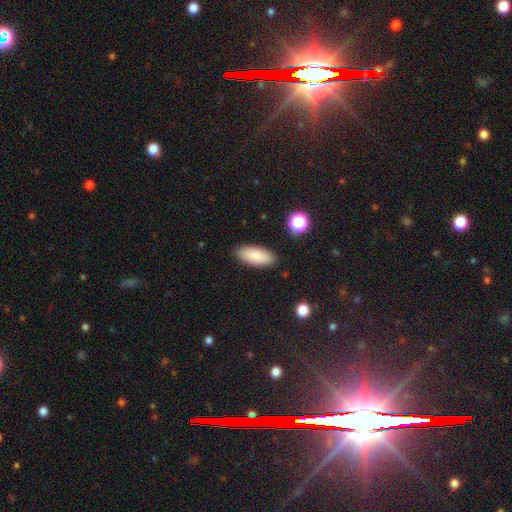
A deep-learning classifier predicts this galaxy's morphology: A smooth galaxy with no disk features (86%) that is in between round and cigar-shaped (84%).

Vote fractions:
- Smooth or featured? smooth: 86% / star or artifact: 7% / featured or disk: 6%
- How rounded? in between: 84% / cigar-shaped: 14% / round: 2%
- Merging? none: 87% / minor disturbance: 9% / major disturbance: 2% / merger: 1%